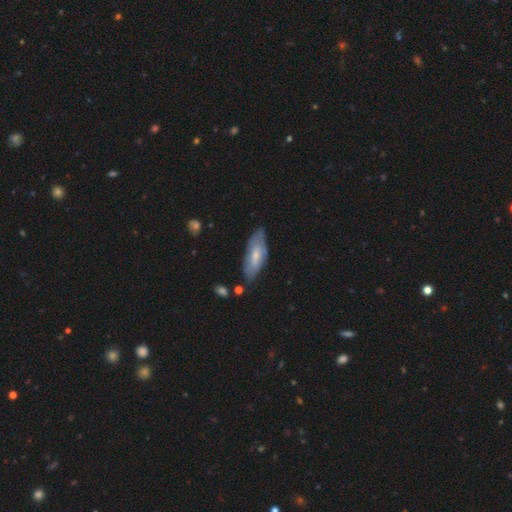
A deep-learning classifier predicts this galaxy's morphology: smooth 49%, featured or disk 45%, star or artifact 6%. Down the decision tree: merging — none (69%).